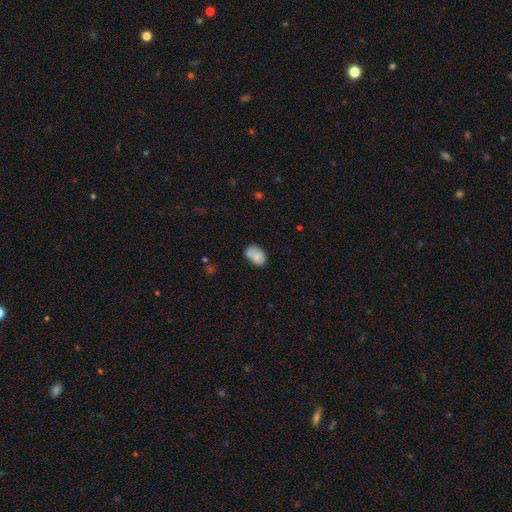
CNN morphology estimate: This is likely a smooth galaxy (79%). How rounded: clearly in between (86%). Merging: possibly none (54%).